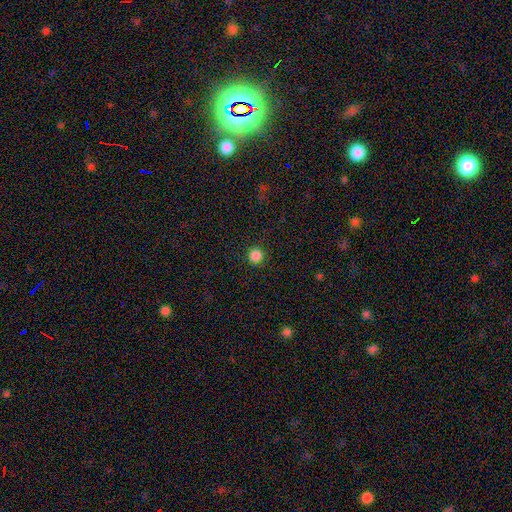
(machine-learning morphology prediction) Smooth or featured? Predicted: smooth (p=0.86). How rounded? Predicted: round (p=0.96). Merging? Predicted: none (p=0.91).